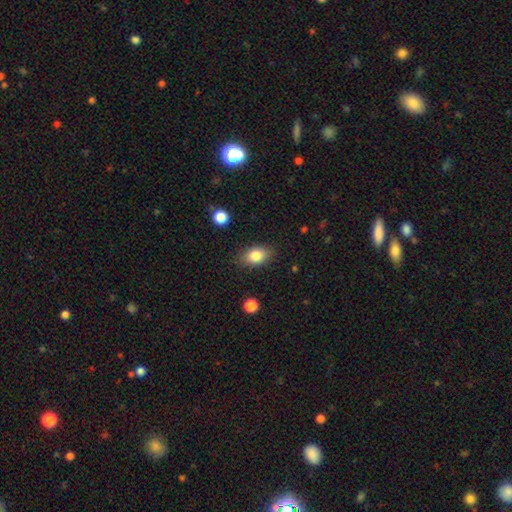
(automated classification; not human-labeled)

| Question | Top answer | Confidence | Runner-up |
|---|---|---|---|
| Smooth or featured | smooth | 83% | star or artifact (8%) |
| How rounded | in between | 84% | round (14%) |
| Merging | none | 84% | minor disturbance (11%) |